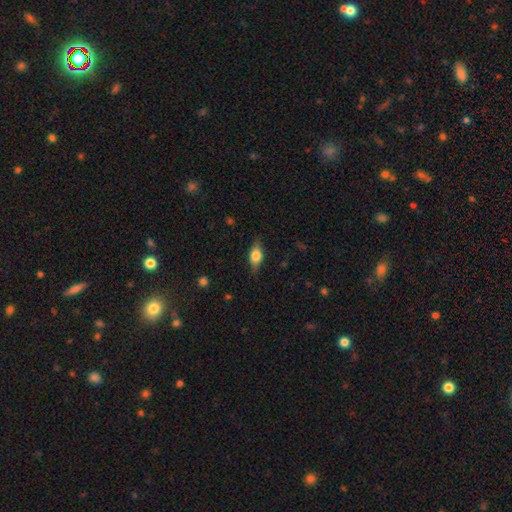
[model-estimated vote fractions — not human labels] Overall: smooth (66%). How rounded: in between (80%). Merging: none (80%).